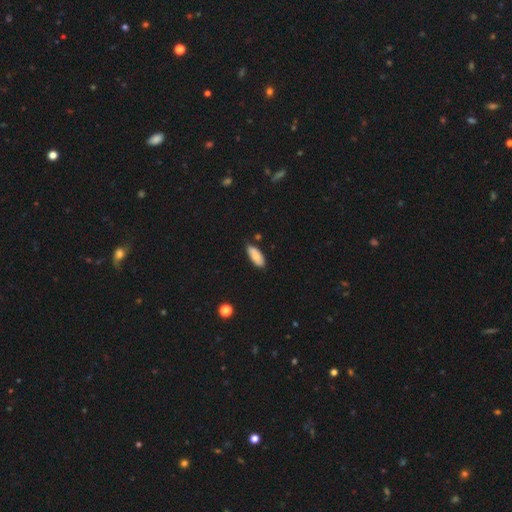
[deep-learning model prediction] Q: Smooth or featured?
A: smooth (83%); runner-up: featured or disk (10%)
Q: How rounded?
A: in between (83%); runner-up: cigar-shaped (15%)
Q: Merging?
A: none (77%); runner-up: minor disturbance (18%)